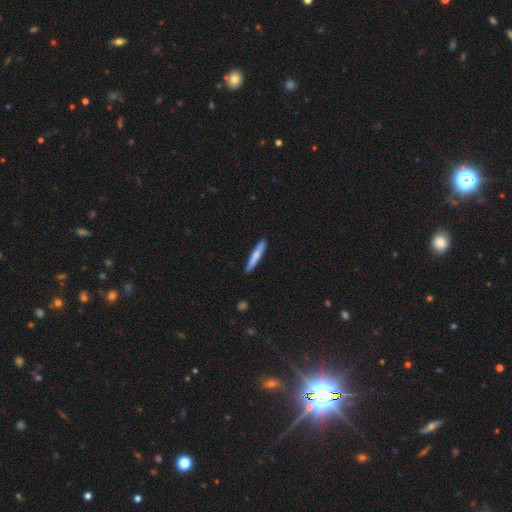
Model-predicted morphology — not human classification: A smooth galaxy with no disk features (69%) that is cigar-shaped (94%). Merging: none (88%).